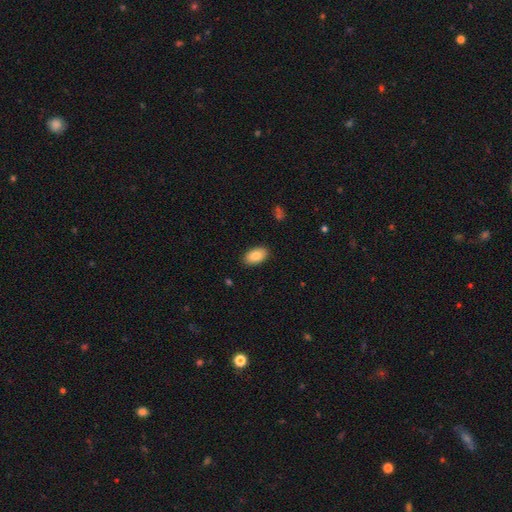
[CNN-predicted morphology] Smooth or featured? Predicted: smooth (p=0.86). How rounded? Predicted: in between (p=0.94). Merging? Predicted: none (p=0.88).